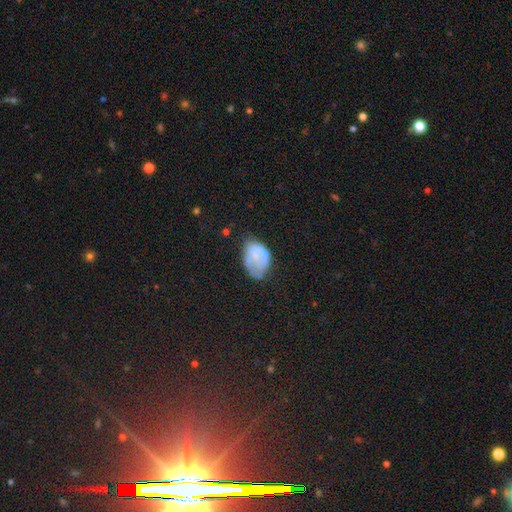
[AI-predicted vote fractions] Smooth or featured: smooth — 47% (featured or disk — 39%)
Merging: none — 44% (minor disturbance — 30%)